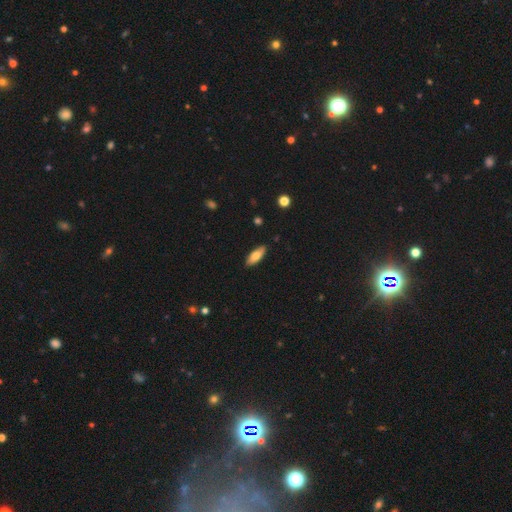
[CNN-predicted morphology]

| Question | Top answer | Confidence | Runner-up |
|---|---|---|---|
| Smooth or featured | smooth | 75% | featured or disk (19%) |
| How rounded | in between | 73% | cigar-shaped (25%) |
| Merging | none | 87% | minor disturbance (10%) |